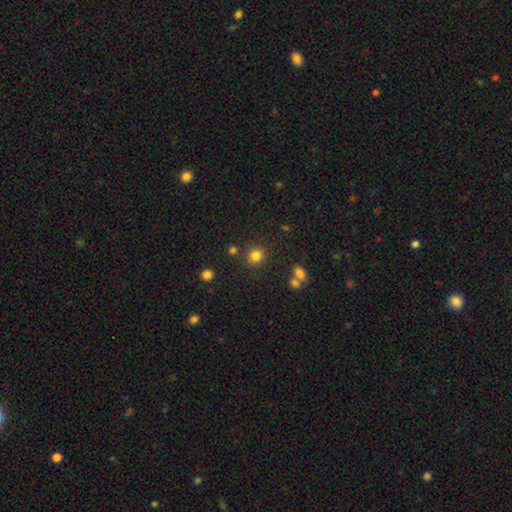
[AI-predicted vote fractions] The model was most divided on "how rounded": round: 81%, in between: 18%, cigar-shaped: 1%. More confident: smooth or featured — smooth (81%); merging — none (78%).